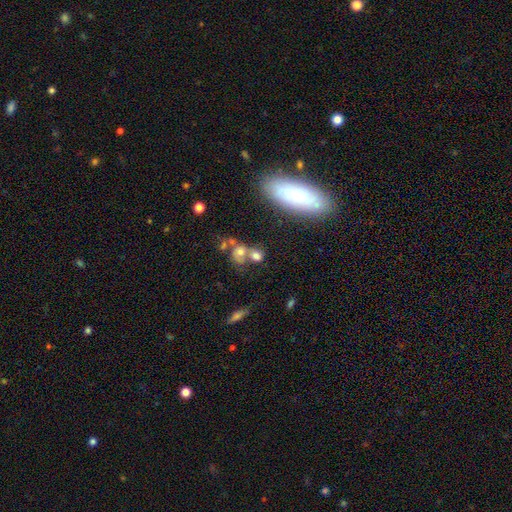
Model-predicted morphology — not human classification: smooth_or_featured: smooth (p=0.67) [alt: featured or disk p=0.17]
how_rounded: round (p=0.69) [alt: in between p=0.28]
merging: merger (p=0.47) [alt: none p=0.37]